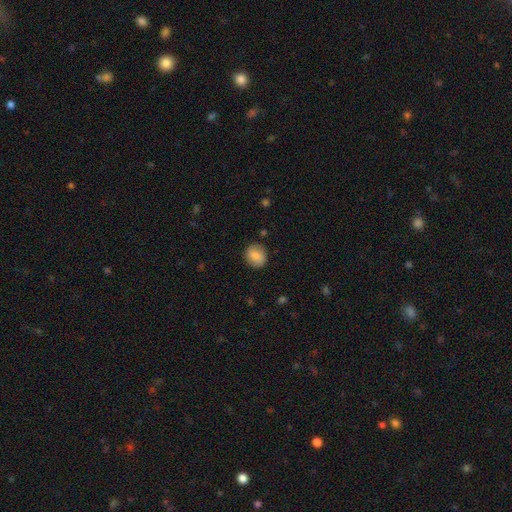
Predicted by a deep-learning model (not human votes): This is clearly a smooth galaxy (84%). How rounded: likely round (68%). Merging: clearly none (85%).